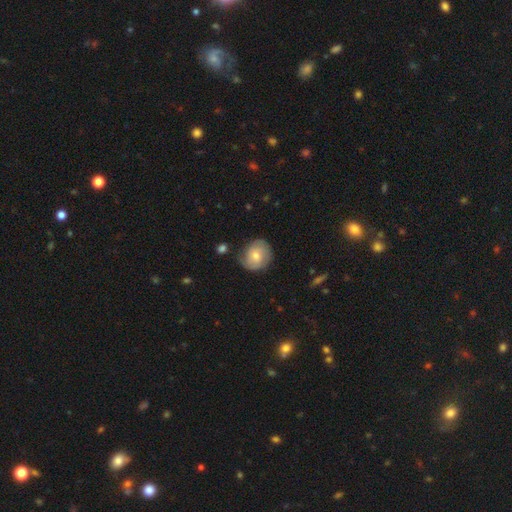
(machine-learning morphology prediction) Smooth or featured? smooth (52%)
How rounded? round (77%)
Merging? none (68%)